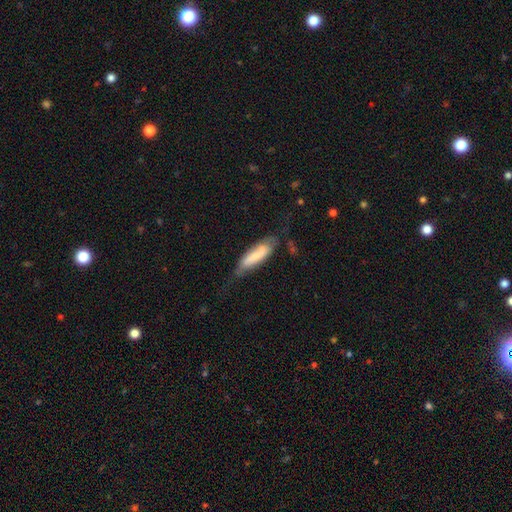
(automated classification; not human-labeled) A smooth galaxy with no disk features (63%) that is cigar-shaped (56%).

Vote fractions:
- Smooth or featured? smooth: 63% / featured or disk: 31% / star or artifact: 6%
- How rounded? cigar-shaped: 56% / in between: 42% / round: 2%
- Merging? none: 47% / minor disturbance: 33% / major disturbance: 17% / merger: 3%